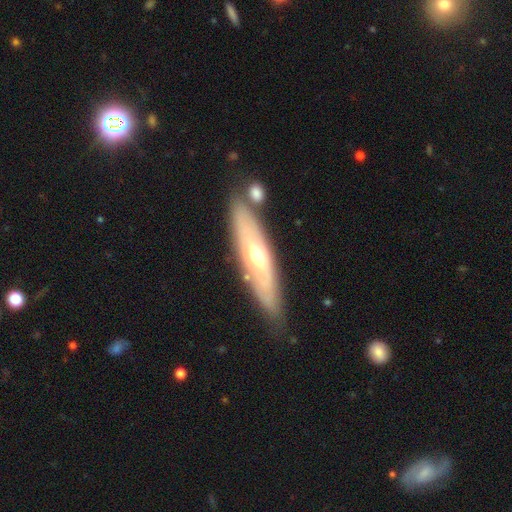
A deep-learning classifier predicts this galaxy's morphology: A featured or disk galaxy (62%) viewed edge-on (54%).

Vote fractions:
- Smooth or featured? featured or disk: 62% / smooth: 32% / star or artifact: 6%
- Edge-on disk? yes: 54% / no: 46%
- Merging? none: 77% / minor disturbance: 15% / merger: 5% / major disturbance: 3%